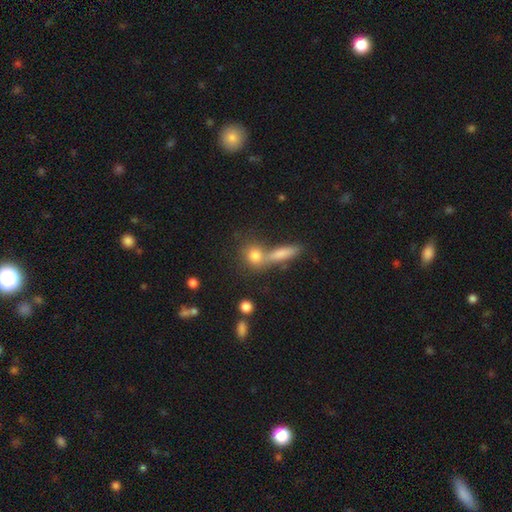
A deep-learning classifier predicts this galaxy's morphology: smooth_or_featured: smooth (p=0.75) [alt: featured or disk p=0.13]
how_rounded: round (p=0.60) [alt: in between p=0.26]
merging: none (p=0.51) [alt: merger p=0.34]